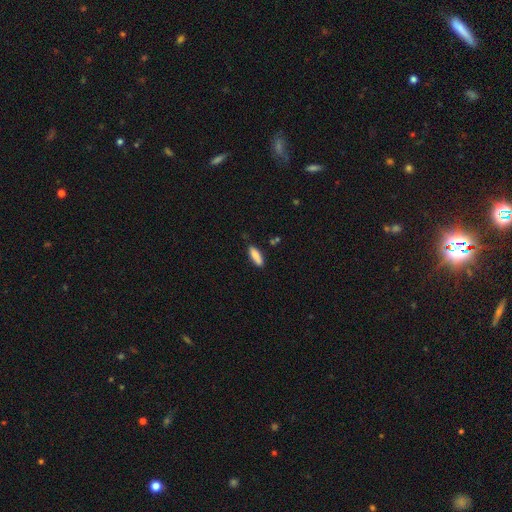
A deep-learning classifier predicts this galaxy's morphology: A smooth galaxy with no disk features (84%) that is in between round and cigar-shaped (51%).

Vote fractions:
- Smooth or featured? smooth: 84% / featured or disk: 9% / star or artifact: 6%
- How rounded? in between: 51% / cigar-shaped: 47% / round: 2%
- Merging? none: 79% / minor disturbance: 15% / merger: 3% / major disturbance: 3%